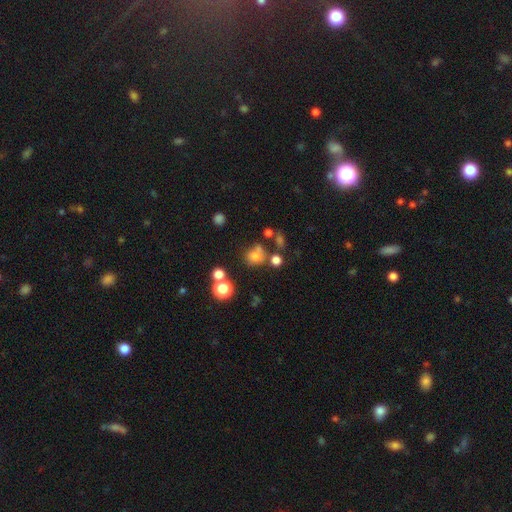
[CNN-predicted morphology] Q: Smooth or featured?
A: smooth (71%); runner-up: star or artifact (20%)
Q: How rounded?
A: round (77%); runner-up: in between (22%)
Q: Merging?
A: none (56%); runner-up: merger (19%)